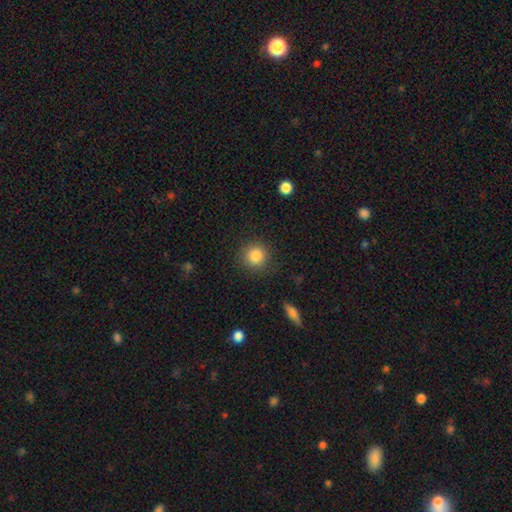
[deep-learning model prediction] Q: Smooth or featured?
A: smooth (85%); runner-up: star or artifact (10%)
Q: How rounded?
A: round (92%); runner-up: in between (7%)
Q: Merging?
A: none (87%); runner-up: minor disturbance (8%)